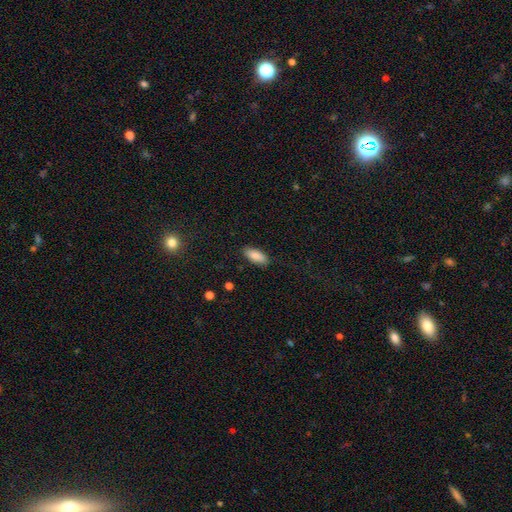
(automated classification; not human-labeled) This appears to be a smooth galaxy with no disk features (86%) that is in between round and cigar-shaped (86%). Merging: none (88%).